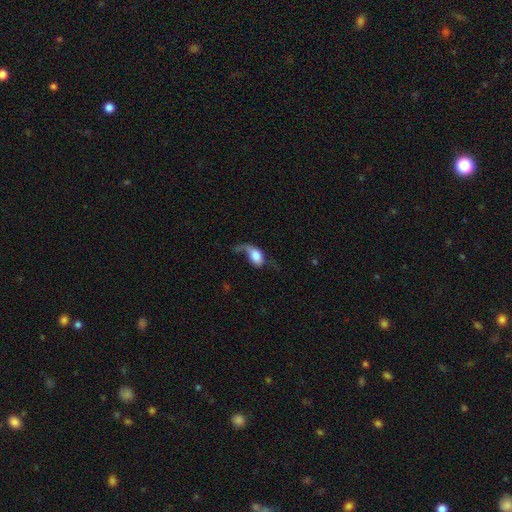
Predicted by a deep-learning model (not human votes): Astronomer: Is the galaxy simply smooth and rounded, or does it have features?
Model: smooth — 58%.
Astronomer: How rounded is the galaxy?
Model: in between — 80%.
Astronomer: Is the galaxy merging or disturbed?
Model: major disturbance — 51%.